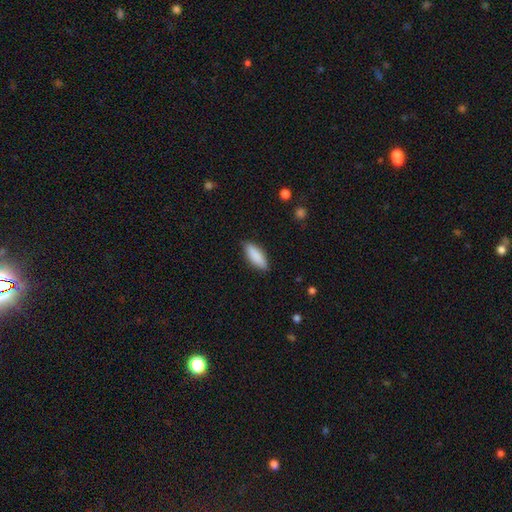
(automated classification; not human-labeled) Overall: smooth (88%). How rounded: in between (60%; cigar-shaped 38%). Merging: none (87%).